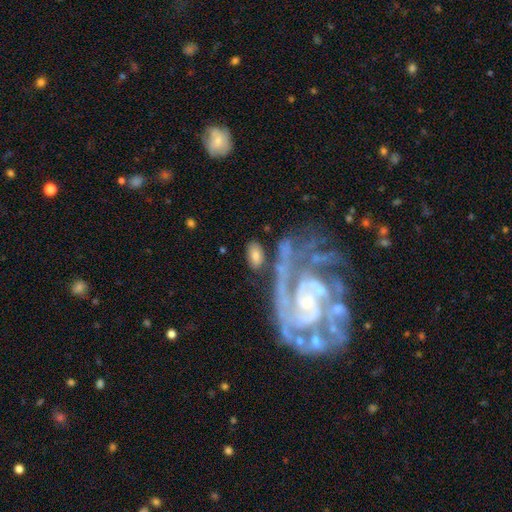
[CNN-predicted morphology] The model was most divided on "smooth or featured": smooth: 69%, featured or disk: 25%, star or artifact: 6%. More confident: how rounded — in between (91%); merging — none (68%).